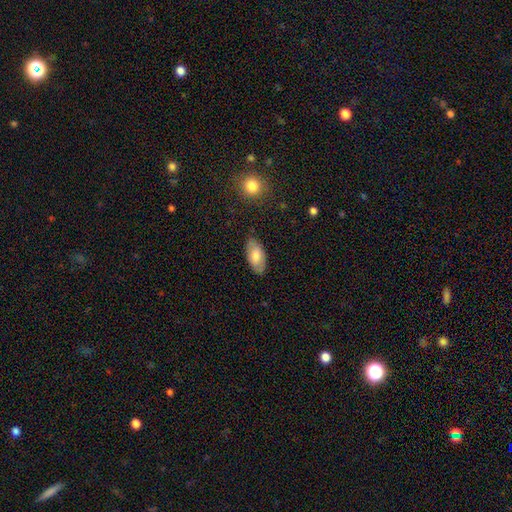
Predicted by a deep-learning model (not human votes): Morphology: type=smooth (73%); roundness=in between (93%); merging=none (83%).